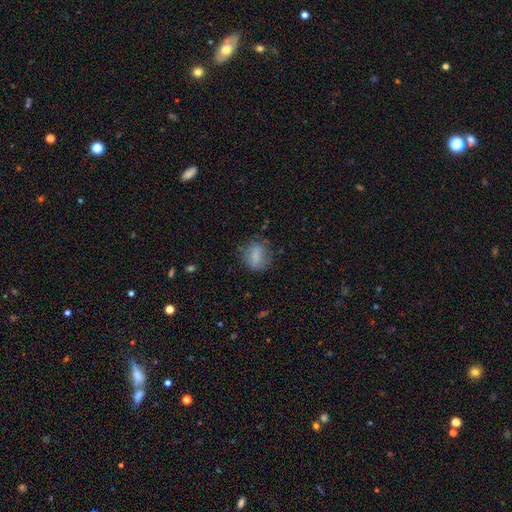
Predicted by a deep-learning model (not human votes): The model was most divided on "how rounded": in between: 54%, round: 42%, cigar-shaped: 3%. More confident: smooth or featured — smooth (74%); merging — none (67%).